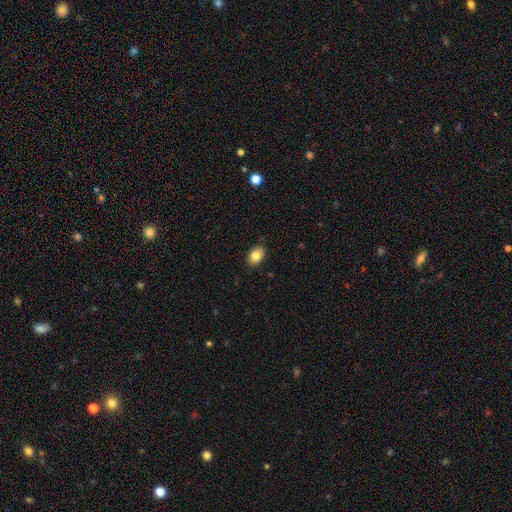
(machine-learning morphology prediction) Overall: smooth (81%). How rounded: in between (77%). Merging: none (86%).